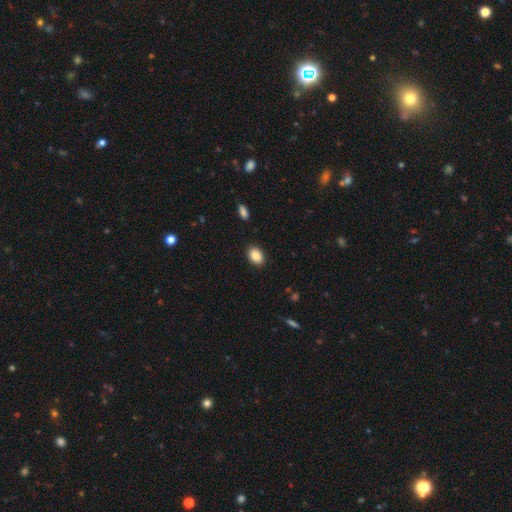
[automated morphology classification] Smooth or featured?
  - smooth: 89% *
  - star or artifact: 8%
  - featured or disk: 4%
How rounded?
  - in between: 83% *
  - round: 16%
  - cigar-shaped: 1%
Merging?
  - none: 89% *
  - minor disturbance: 8%
  - major disturbance: 2%
  - merger: 1%